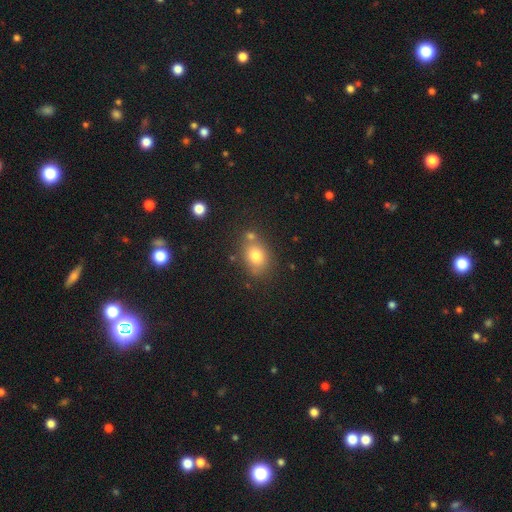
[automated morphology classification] The model was most divided on "how rounded": in between: 57%, round: 42%, cigar-shaped: 1%. More confident: smooth or featured — smooth (78%); merging — none (66%).